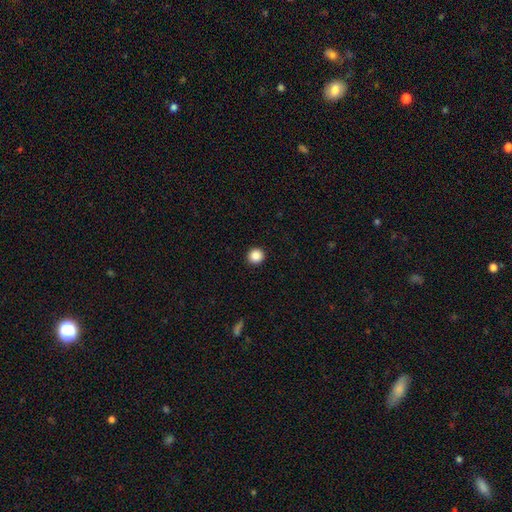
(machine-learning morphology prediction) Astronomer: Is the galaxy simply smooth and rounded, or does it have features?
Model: smooth — 87%.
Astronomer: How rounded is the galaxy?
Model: round — 95%.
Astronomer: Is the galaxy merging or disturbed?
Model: none — 94%.